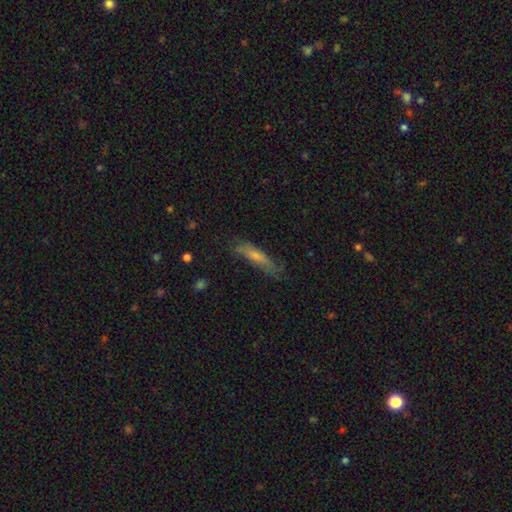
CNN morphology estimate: Smooth or featured: smooth — 55% (featured or disk — 37%)
How rounded: cigar-shaped — 82% (in between — 16%)
Merging: none — 67% (minor disturbance — 24%)